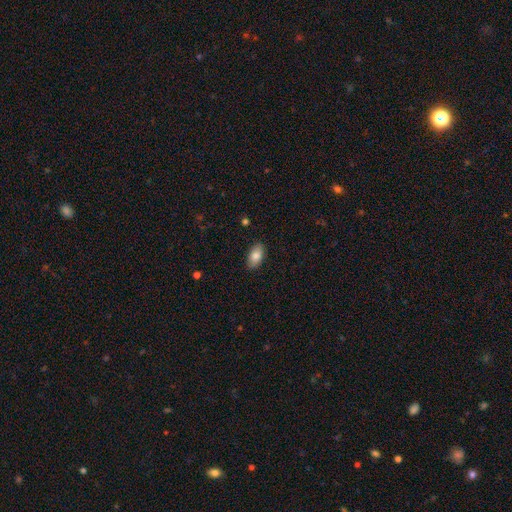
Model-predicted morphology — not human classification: smooth 84%, featured or disk 10%, star or artifact 7%. Down the decision tree: how rounded — in between (93%); merging — none (88%).